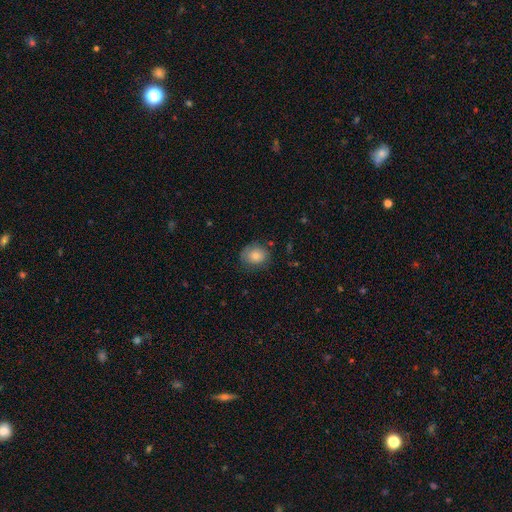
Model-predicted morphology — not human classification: Overall: smooth (80%). How rounded: round (65%; in between 34%). Merging: none (72%).